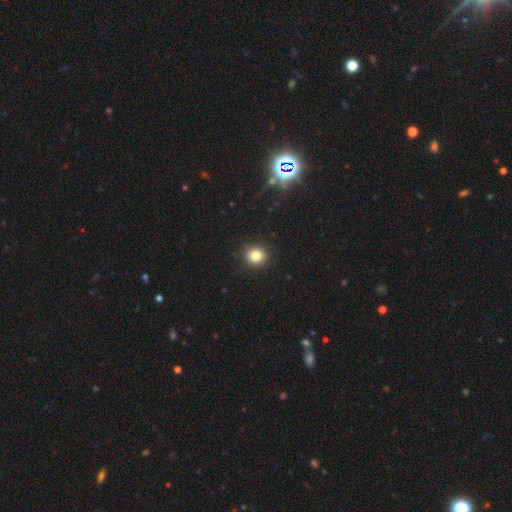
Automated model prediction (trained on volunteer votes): Overall: smooth (83%). How rounded: round (86%). Merging: none (89%).